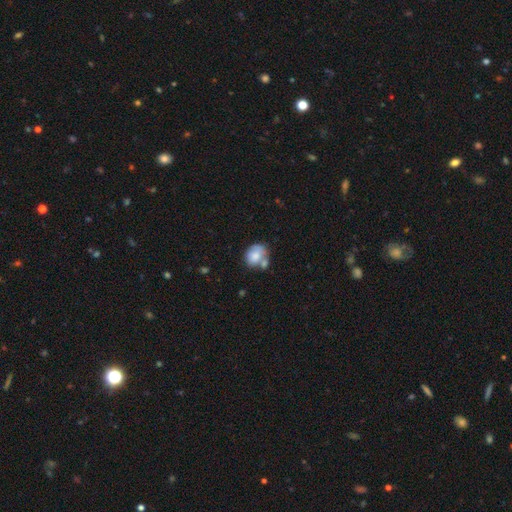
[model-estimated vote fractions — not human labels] smooth 72%, featured or disk 20%, star or artifact 8%. Down the decision tree: how rounded — round (55%); merging — none (36%).